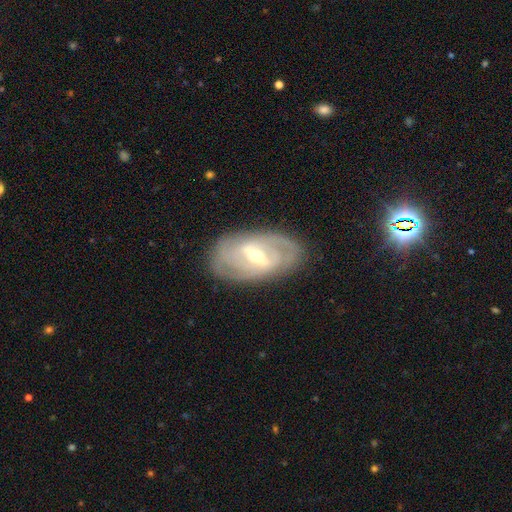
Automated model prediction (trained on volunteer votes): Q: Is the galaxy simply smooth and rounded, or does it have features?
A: featured or disk — 83%.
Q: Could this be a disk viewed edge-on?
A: no — 93%.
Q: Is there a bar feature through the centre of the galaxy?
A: strong — 53%.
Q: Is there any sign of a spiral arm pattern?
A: yes — 85%.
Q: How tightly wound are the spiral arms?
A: tight — 61%.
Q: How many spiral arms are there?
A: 2 — 43%.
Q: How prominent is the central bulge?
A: moderate — 56%.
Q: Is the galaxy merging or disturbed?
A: none — 81%.